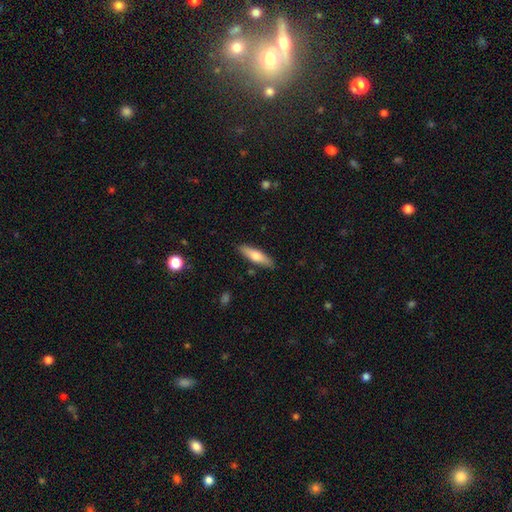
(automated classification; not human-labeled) Smooth or featured? Predicted: smooth (p=0.67). How rounded? Predicted: cigar-shaped (p=0.64). Merging? Predicted: none (p=0.86).